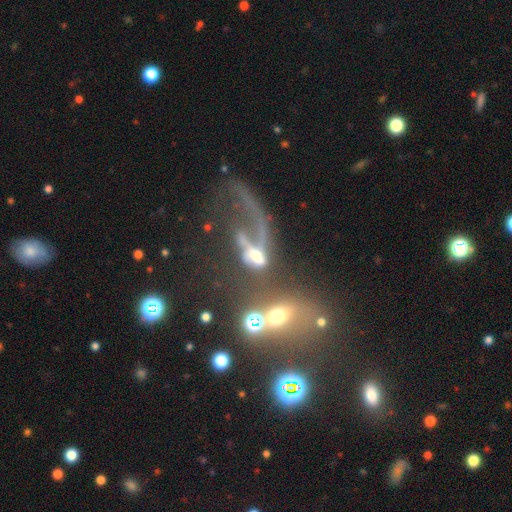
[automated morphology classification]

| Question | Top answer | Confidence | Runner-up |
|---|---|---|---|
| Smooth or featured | featured or disk | 52% | smooth (31%) |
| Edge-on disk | no | 86% | yes (14%) |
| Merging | merger | 47% | major disturbance (34%) |